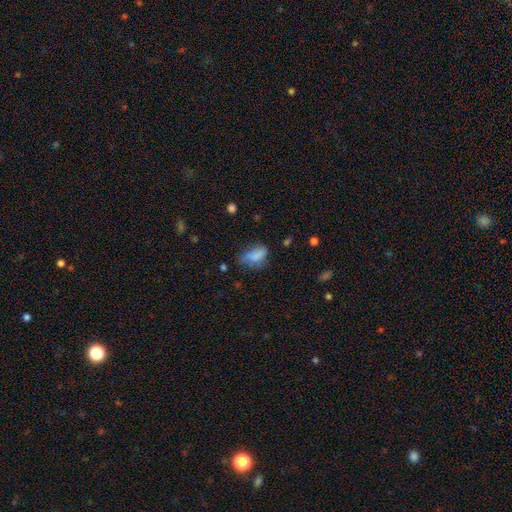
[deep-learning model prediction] Smooth or featured?
  - smooth: 77% *
  - featured or disk: 13%
  - star or artifact: 10%
How rounded?
  - in between: 86% *
  - round: 7%
  - cigar-shaped: 6%
Merging?
  - none: 42% *
  - minor disturbance: 33%
  - major disturbance: 22%
  - merger: 3%